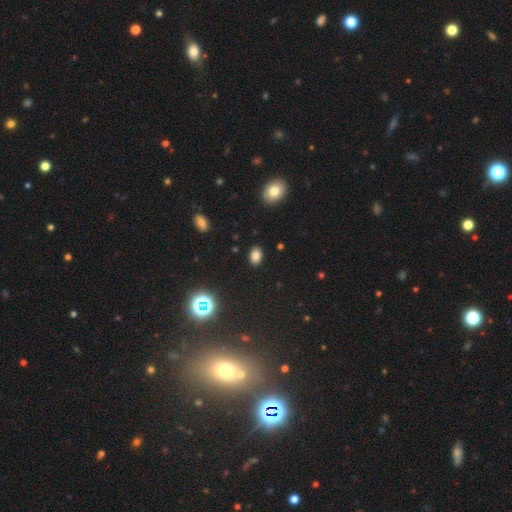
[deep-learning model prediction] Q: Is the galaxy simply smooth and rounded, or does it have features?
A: smooth — 78%.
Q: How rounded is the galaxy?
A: in between — 81%.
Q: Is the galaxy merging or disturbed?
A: none — 88%.